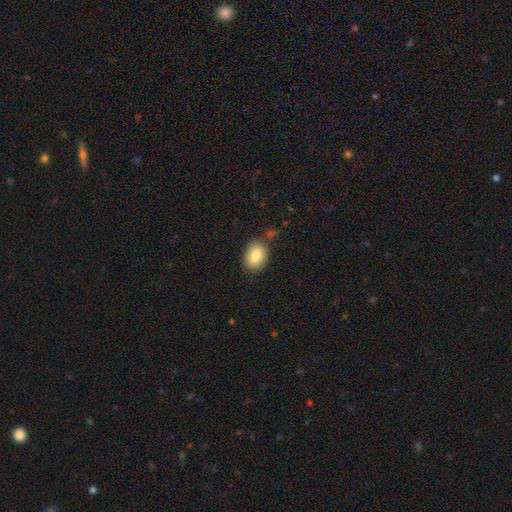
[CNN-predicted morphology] This appears to be a smooth galaxy with no disk features (84%) that is in between round and cigar-shaped (77%). Merging: none (80%).